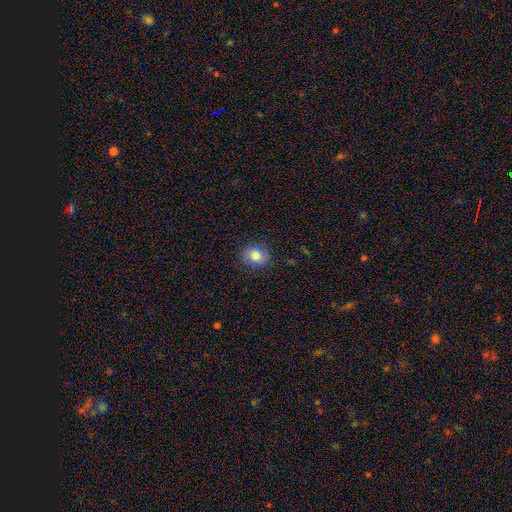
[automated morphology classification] type=smooth (82%); roundness=round (64%); merging=none (87%).